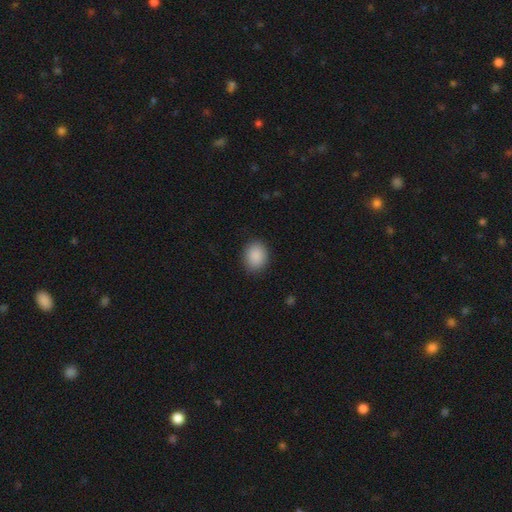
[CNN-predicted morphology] The model was most divided on "how rounded": round: 50%, in between: 49%, cigar-shaped: 1%. More confident: smooth or featured — smooth (89%); merging — none (88%).